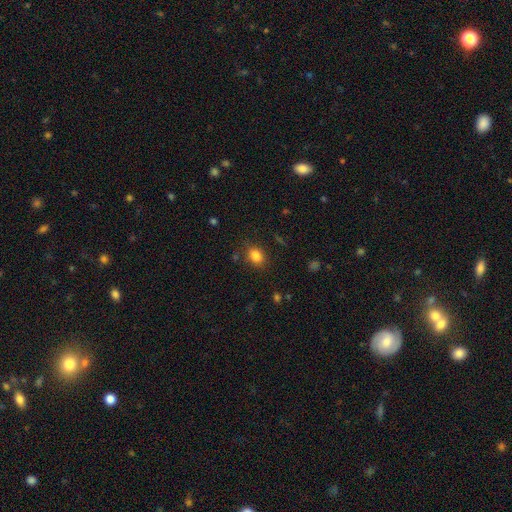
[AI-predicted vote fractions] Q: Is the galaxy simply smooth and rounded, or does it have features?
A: smooth — 83%.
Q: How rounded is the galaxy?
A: in between — 56%.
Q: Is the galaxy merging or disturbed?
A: none — 81%.